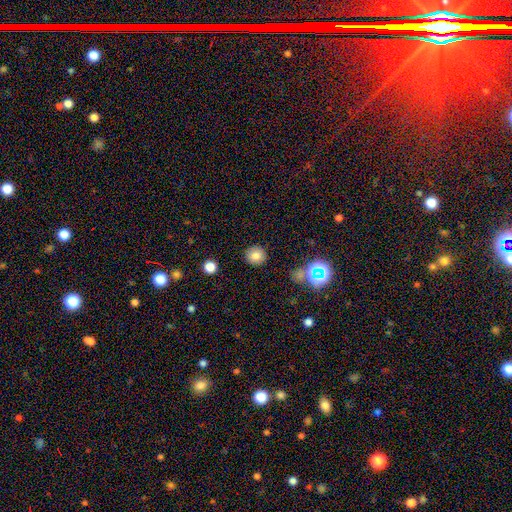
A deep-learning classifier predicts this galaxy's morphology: smooth 78%, star or artifact 14%, featured or disk 8%. Down the decision tree: how rounded — round (91%); merging — none (89%).